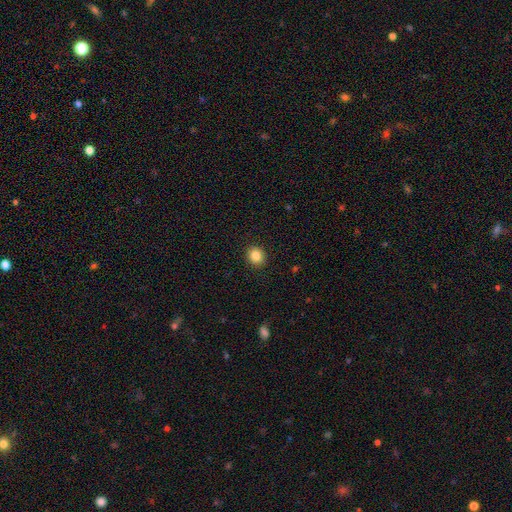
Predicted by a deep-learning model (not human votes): This is clearly a smooth galaxy (85%). How rounded: likely round (79%). Merging: clearly none (92%).